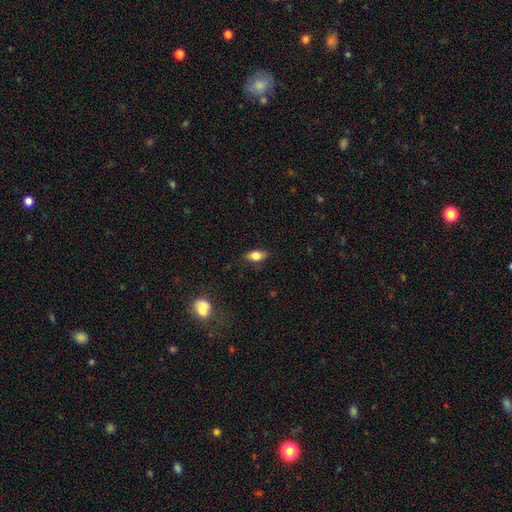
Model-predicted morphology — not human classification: smooth-or-featured: smooth: 72% | featured or disk: 20% | star or artifact: 8%
  how-rounded: in between: 83% | cigar-shaped: 11% | round: 7%
  merging: none: 83% | minor disturbance: 13% | major disturbance: 3% | merger: 1%